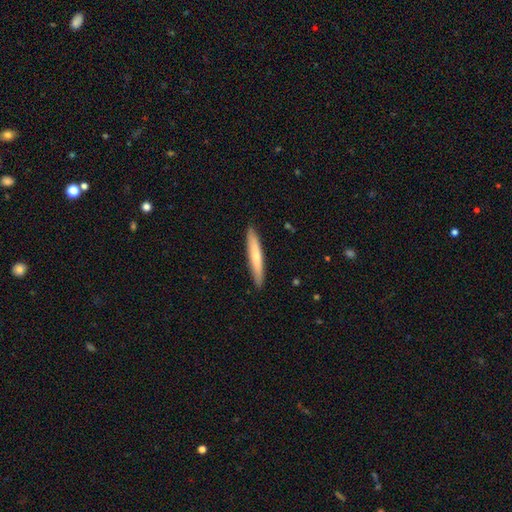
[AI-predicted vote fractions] smooth_or_featured: smooth (p=0.63) [alt: featured or disk p=0.32]
how_rounded: cigar-shaped (p=0.94) [alt: in between p=0.04]
merging: none (p=0.90) [alt: minor disturbance p=0.07]